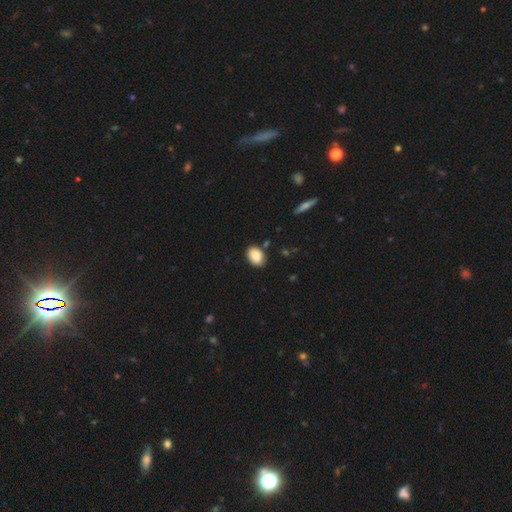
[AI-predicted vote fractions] Smooth or featured: smooth — 87% (star or artifact — 8%)
How rounded: in between — 80% (round — 19%)
Merging: none — 83% (minor disturbance — 12%)